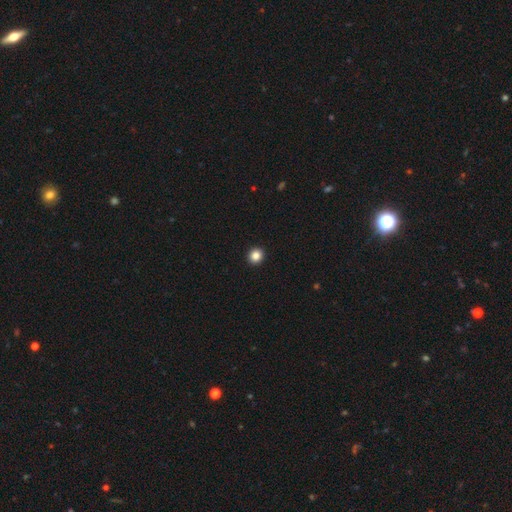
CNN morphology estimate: A smooth galaxy with no disk features (85%) that is round (86%). Merging: none (94%).